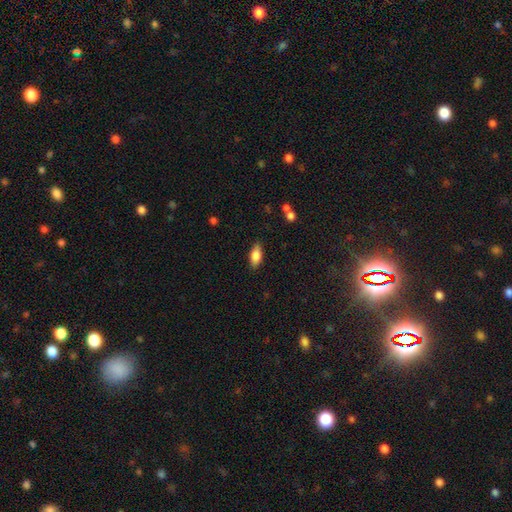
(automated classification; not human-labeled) A smooth galaxy with no disk features (80%) that is in between round and cigar-shaped (83%).

Vote fractions:
- Smooth or featured? smooth: 80% / featured or disk: 13% / star or artifact: 7%
- How rounded? in between: 83% / cigar-shaped: 14% / round: 3%
- Merging? none: 85% / minor disturbance: 12% / major disturbance: 3% / merger: 1%